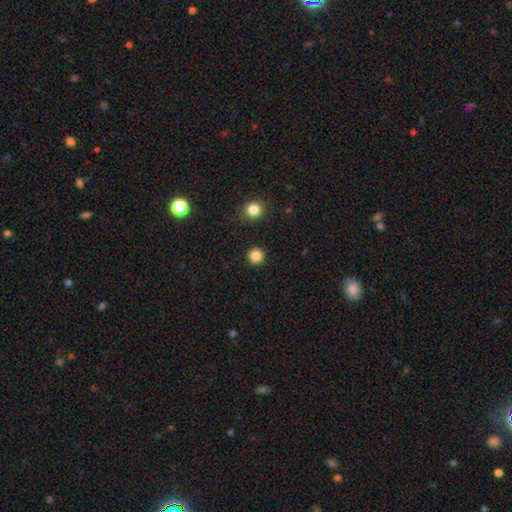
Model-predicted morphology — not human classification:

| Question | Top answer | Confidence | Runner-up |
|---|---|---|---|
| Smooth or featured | smooth | 85% | star or artifact (12%) |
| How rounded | round | 96% | in between (4%) |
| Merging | none | 93% | minor disturbance (4%) |